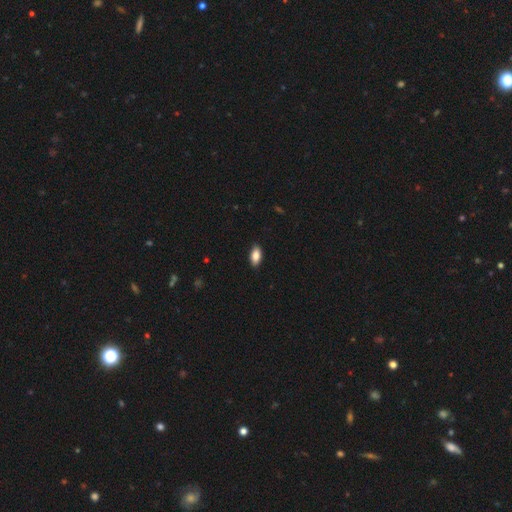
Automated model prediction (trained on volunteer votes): This is clearly a smooth galaxy (84%). How rounded: clearly in between (90%). Merging: clearly none (89%).